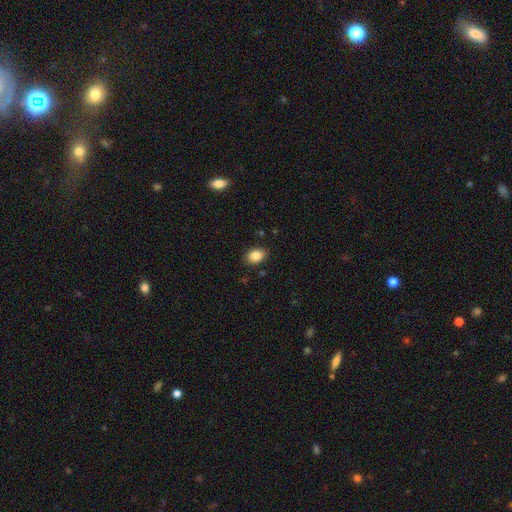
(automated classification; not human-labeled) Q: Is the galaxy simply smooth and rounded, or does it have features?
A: smooth — 85%.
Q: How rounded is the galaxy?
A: in between — 77%.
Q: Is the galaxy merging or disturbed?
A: none — 87%.